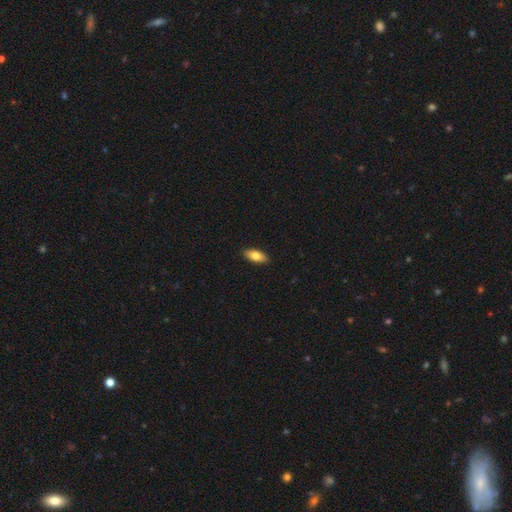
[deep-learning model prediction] The model was most divided on "smooth or featured": smooth: 78%, featured or disk: 16%, star or artifact: 6%. More confident: merging — none (90%); how rounded — in between (85%).